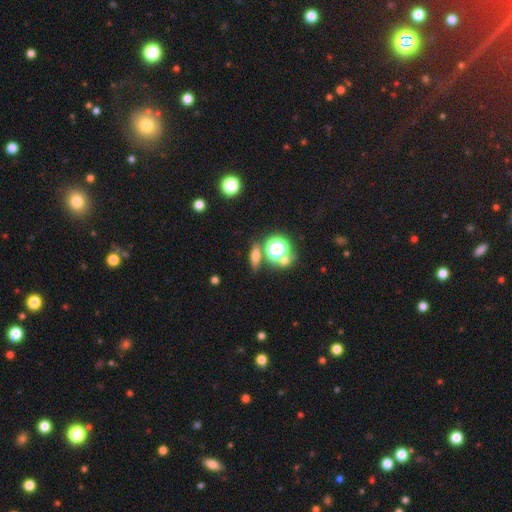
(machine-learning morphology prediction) The model was most divided on "how rounded": in between: 43%, cigar-shaped: 30%, round: 27%. More confident: merging — none (77%); smooth or featured — smooth (53%).